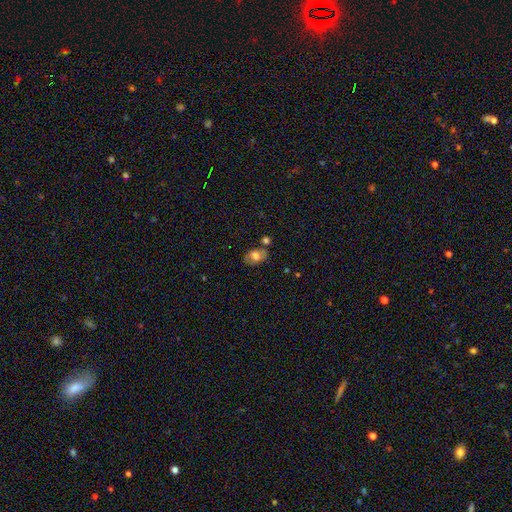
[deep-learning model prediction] Q: Smooth or featured?
A: smooth (62%); runner-up: featured or disk (28%)
Q: How rounded?
A: in between (86%); runner-up: round (12%)
Q: Merging?
A: none (63%); runner-up: minor disturbance (19%)